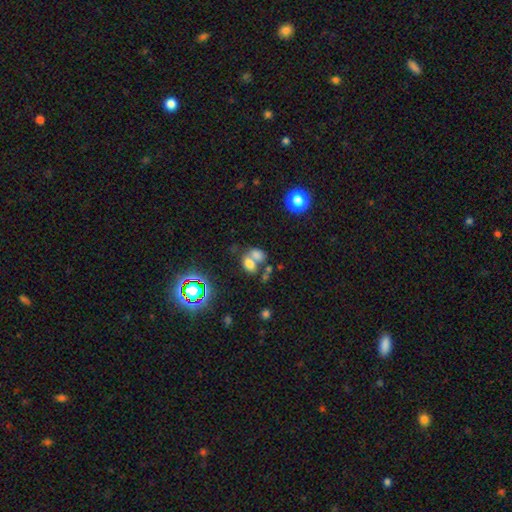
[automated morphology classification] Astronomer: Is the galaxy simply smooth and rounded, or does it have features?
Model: smooth — 68%.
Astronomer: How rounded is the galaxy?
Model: in between — 80%.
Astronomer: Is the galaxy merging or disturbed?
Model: merger — 59%.